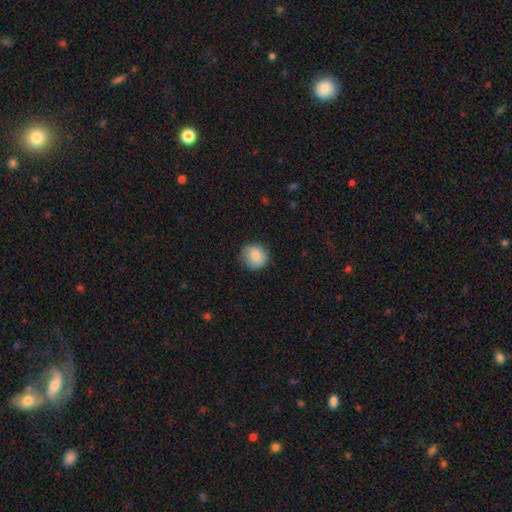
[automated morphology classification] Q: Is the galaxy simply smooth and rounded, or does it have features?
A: smooth — 85%.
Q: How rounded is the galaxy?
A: round — 84%.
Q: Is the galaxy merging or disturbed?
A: none — 79%.